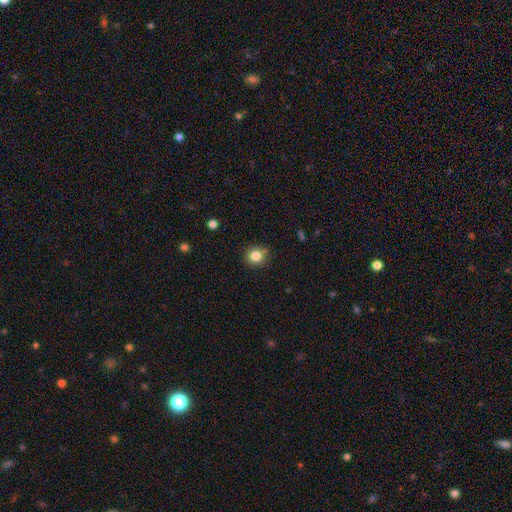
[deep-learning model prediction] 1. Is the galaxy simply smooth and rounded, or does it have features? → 83% smooth, 11% star or artifact, 6% featured or disk.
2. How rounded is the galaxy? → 85% round, 14% in between, 1% cigar-shaped.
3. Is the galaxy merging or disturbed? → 81% none, 12% minor disturbance, 4% merger, 3% major disturbance.